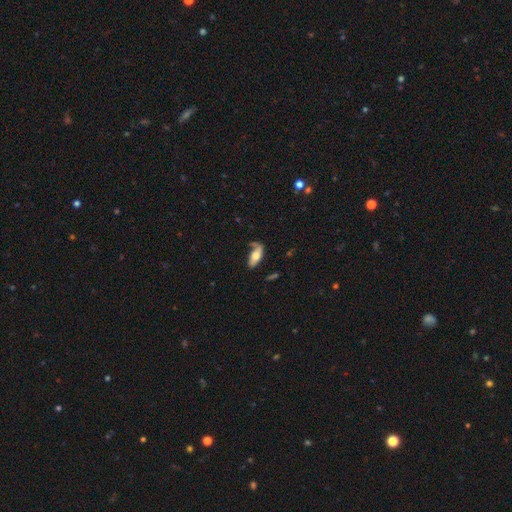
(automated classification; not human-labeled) A smooth galaxy with no disk features (60%) that is in between round and cigar-shaped (75%).

Vote fractions:
- Smooth or featured? smooth: 60% / featured or disk: 33% / star or artifact: 6%
- How rounded? in between: 75% / cigar-shaped: 22% / round: 3%
- Merging? none: 53% / minor disturbance: 28% / major disturbance: 14% / merger: 6%